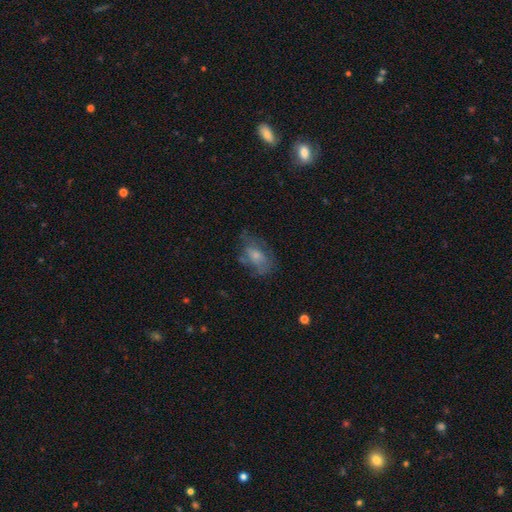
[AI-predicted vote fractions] A smooth galaxy with no disk features (48%). Merging: none (46%).